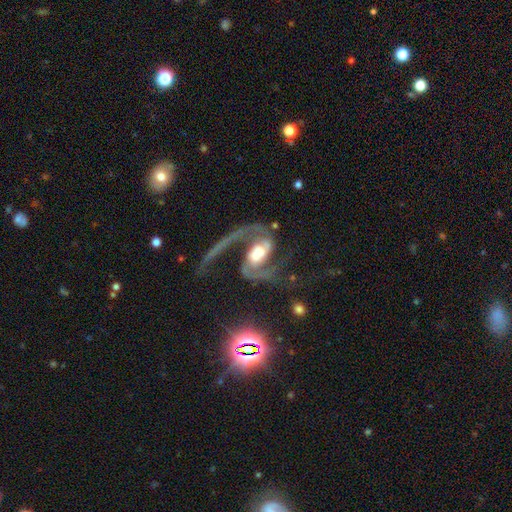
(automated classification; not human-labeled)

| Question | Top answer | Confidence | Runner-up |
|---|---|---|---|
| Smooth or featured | featured or disk | 89% | smooth (6%) |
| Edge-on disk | no | 98% | yes (2%) |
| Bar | no | 41% | weak (35%) |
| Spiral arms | yes | 97% | no (3%) |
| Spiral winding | loose | 54% | medium (38%) |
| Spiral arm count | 2 | 89% | 1 (5%) |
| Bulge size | moderate | 49% | large (29%) |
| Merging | none | 39% | major disturbance (32%) |